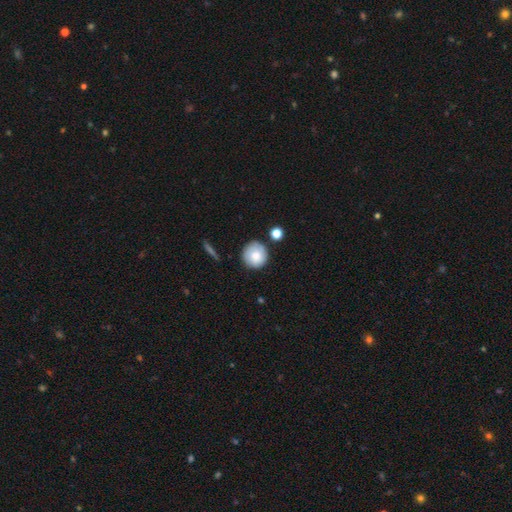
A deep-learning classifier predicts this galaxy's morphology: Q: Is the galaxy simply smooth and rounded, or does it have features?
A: smooth — 79%.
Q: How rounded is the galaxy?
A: round — 93%.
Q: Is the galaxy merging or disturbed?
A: none — 78%.